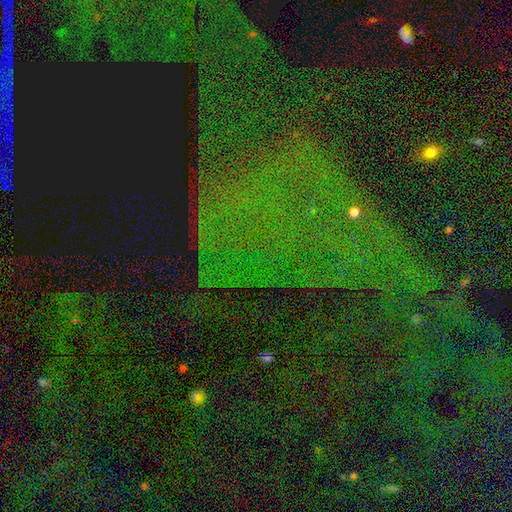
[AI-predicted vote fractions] Smooth or featured?
  - star or artifact: 79% *
  - featured or disk: 11%
  - smooth: 10%